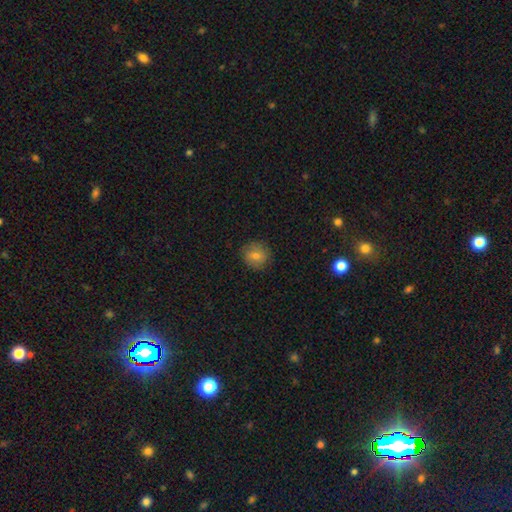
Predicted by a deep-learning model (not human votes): A smooth galaxy with no disk features (71%) that is round (88%).

Vote fractions:
- Smooth or featured? smooth: 71% / featured or disk: 16% / star or artifact: 13%
- How rounded? round: 88% / in between: 11% / cigar-shaped: 1%
- Merging? none: 87% / minor disturbance: 9% / major disturbance: 2% / merger: 1%